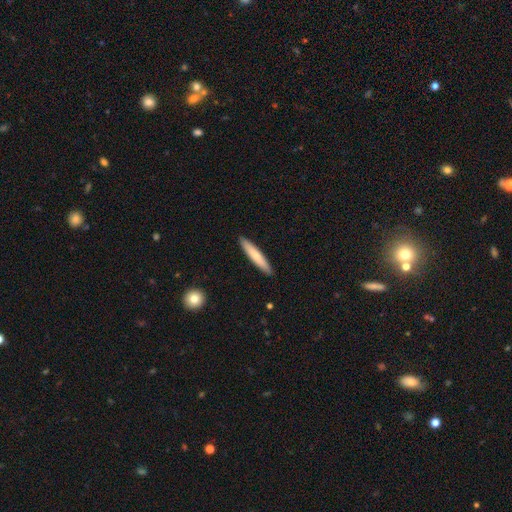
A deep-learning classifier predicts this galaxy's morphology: The model was most divided on "smooth or featured": smooth: 73%, featured or disk: 22%, star or artifact: 5%. More confident: how rounded — cigar-shaped (92%); merging — none (92%).